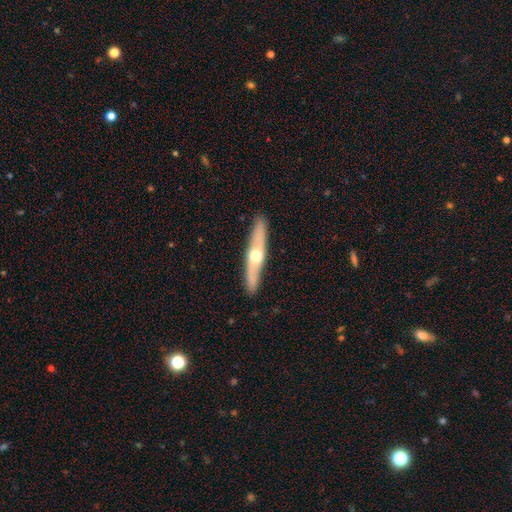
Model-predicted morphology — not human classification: smooth_or_featured: featured or disk (p=0.60) [alt: smooth p=0.35]
disk_edge_on: yes (p=0.81) [alt: no p=0.19]
merging: none (p=0.89) [alt: minor disturbance p=0.08]